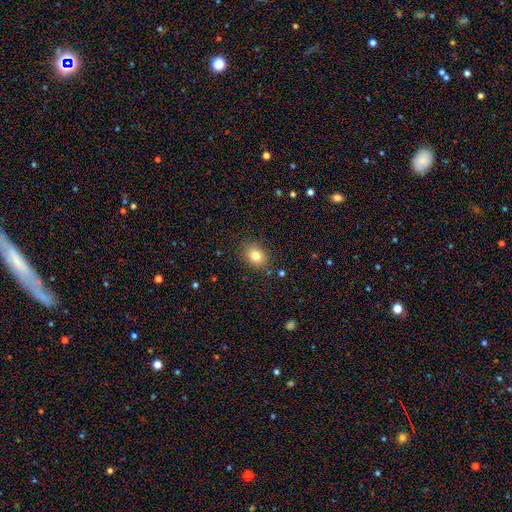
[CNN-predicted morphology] A smooth galaxy with no disk features (80%) that is in between round and cigar-shaped (55%). Merging: none (86%).